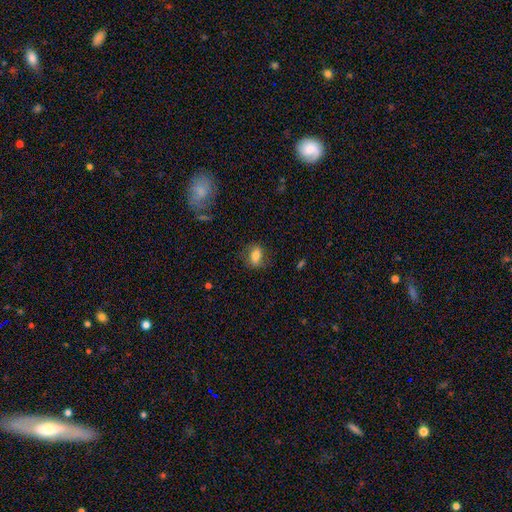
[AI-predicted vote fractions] Smooth or featured: smooth — 74% (featured or disk — 16%)
How rounded: in between — 76% (round — 20%)
Merging: none — 73% (minor disturbance — 18%)